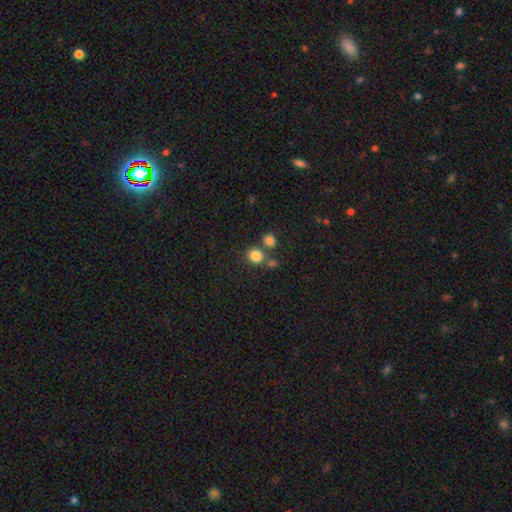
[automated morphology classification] smooth 81%, star or artifact 12%, featured or disk 6%. Down the decision tree: how rounded — round (82%); merging — none (64%).